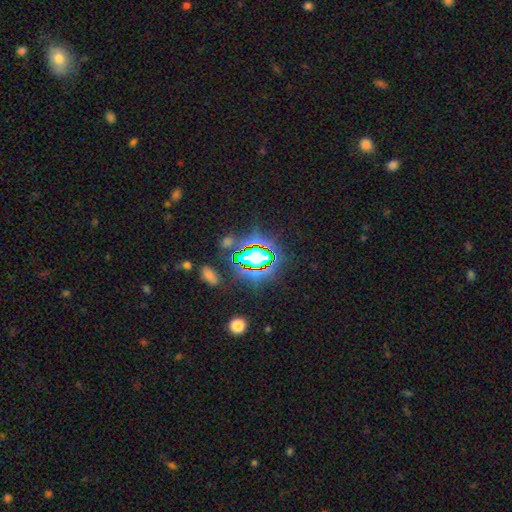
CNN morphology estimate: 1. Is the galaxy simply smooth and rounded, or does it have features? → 81% star or artifact, 12% smooth, 7% featured or disk.